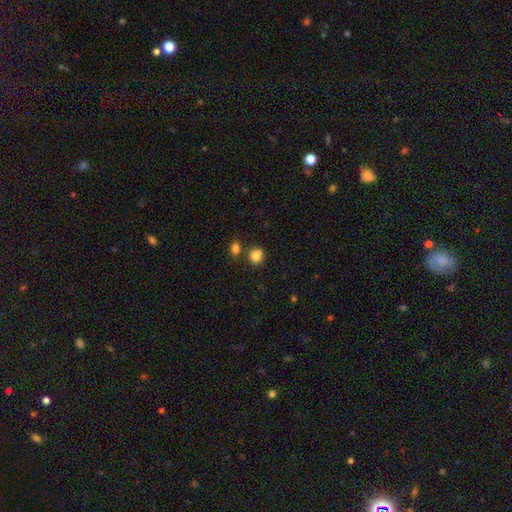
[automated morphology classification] type=smooth (84%); roundness=round (78%); merging=none (73%).